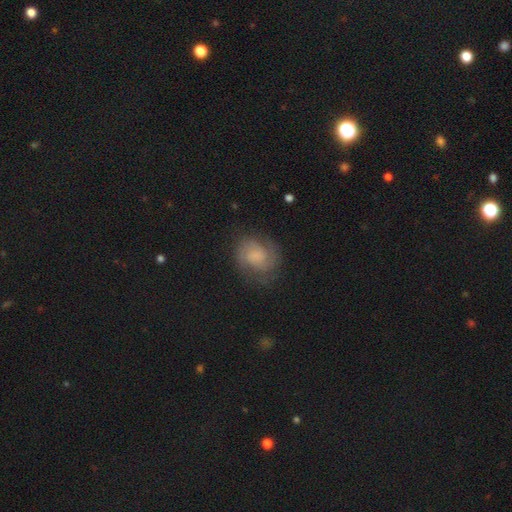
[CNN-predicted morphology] smooth_or_featured: featured or disk (p=0.62) [alt: smooth p=0.28]
disk_edge_on: no (p=0.98) [alt: yes p=0.02]
bar: no (p=0.61) [alt: weak p=0.34]
has_spiral_arms: yes (p=0.91) [alt: no p=0.09]
spiral_winding: medium (p=0.44) [alt: tight p=0.42]
spiral_arm_count: 2 (p=0.72) [alt: can't tell p=0.15]
bulge_size: none (p=0.41) [alt: small p=0.22]
merging: none (p=0.74) [alt: minor disturbance p=0.17]